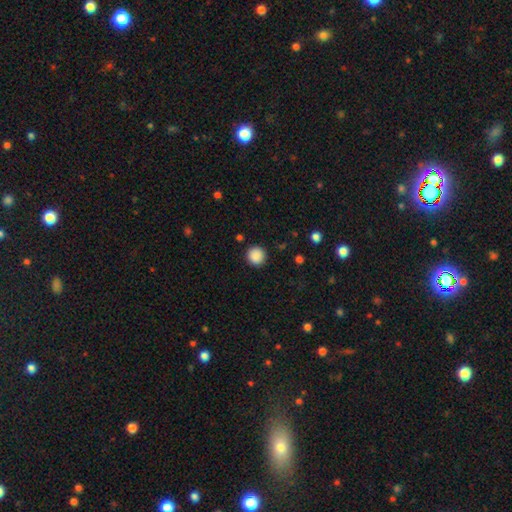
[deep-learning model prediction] smooth_or_featured: smooth (p=0.89) [alt: star or artifact p=0.09]
how_rounded: round (p=0.94) [alt: in between p=0.05]
merging: none (p=0.91) [alt: minor disturbance p=0.06]